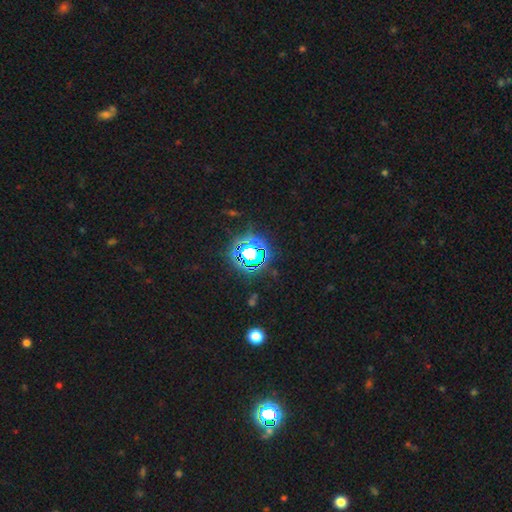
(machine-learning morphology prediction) This appears to be a star or artifact, not a galaxy (75%).